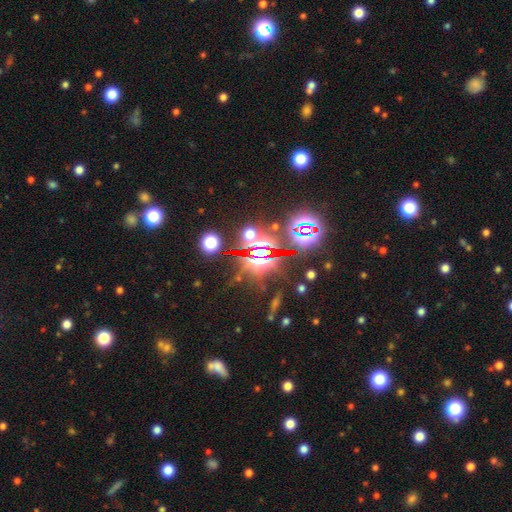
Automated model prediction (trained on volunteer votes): star or artifact 80%, featured or disk 10%, smooth 10%.